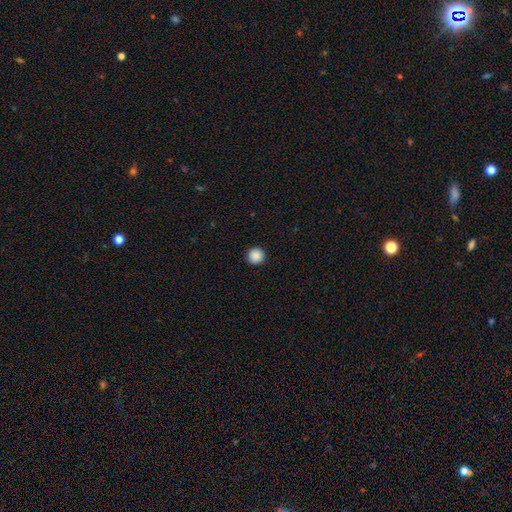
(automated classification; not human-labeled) Smooth or featured: smooth — 89% (star or artifact — 9%)
How rounded: round — 96% (in between — 3%)
Merging: none — 93% (minor disturbance — 4%)